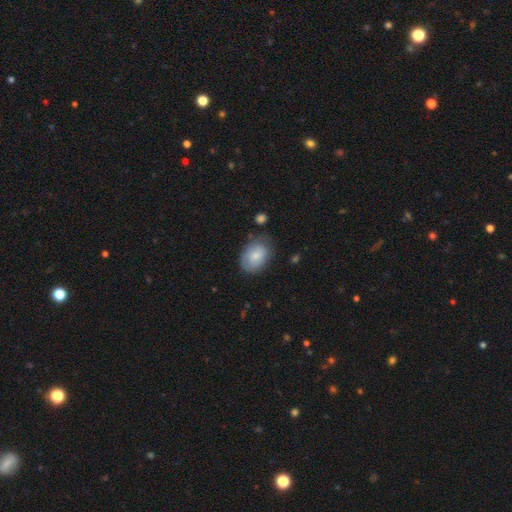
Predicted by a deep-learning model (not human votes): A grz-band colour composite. It shows a smooth galaxy with no disk features (78%) that is in between round and cigar-shaped (74%). Merging: none (67%).